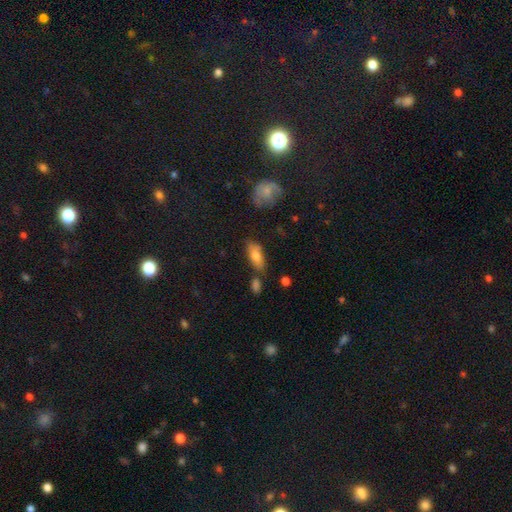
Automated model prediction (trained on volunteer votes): The model was most divided on "merging": none: 70%, minor disturbance: 18%, merger: 8%, major disturbance: 4%. More confident: how rounded — in between (80%); smooth or featured — smooth (75%).